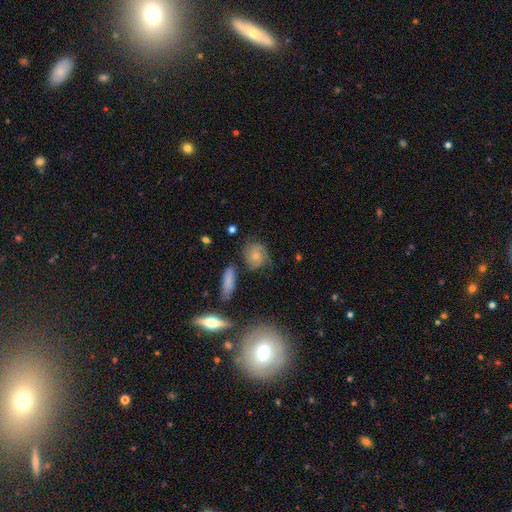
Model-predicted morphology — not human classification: Smooth or featured?
  - featured or disk: 60% *
  - smooth: 31%
  - star or artifact: 9%
Edge-on disk?
  - no: 96% *
  - yes: 4%
Bar?
  - no: 74% *
  - weak: 22%
  - strong: 4%
Spiral arms?
  - yes: 89% *
  - no: 11%
Spiral winding?
  - tight: 53% *
  - medium: 36%
  - loose: 12%
Spiral arm count?
  - 2: 45% *
  - can't tell: 28%
  - 3: 15%
  - 1: 5%
  - 4: 4%
  - more than 4: 3%
Bulge size?
  - small: 46% *
  - moderate: 45%
  - none: 4%
  - large: 3%
  - dominant: 1%
Merging?
  - none: 66% *
  - minor disturbance: 20%
  - major disturbance: 9%
  - merger: 5%